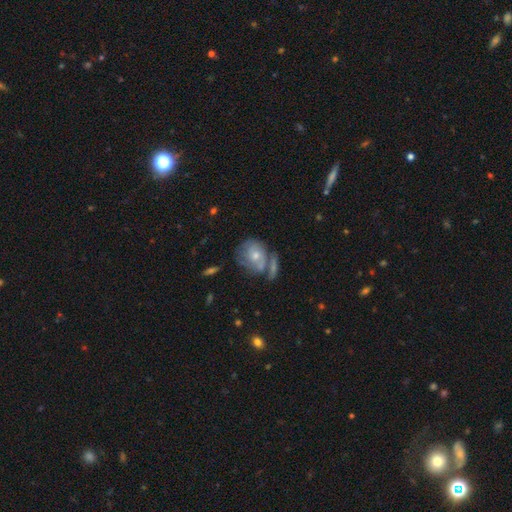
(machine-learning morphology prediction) Q: Smooth or featured?
A: featured or disk (56%); runner-up: smooth (33%)
Q: Edge-on disk?
A: no (94%); runner-up: yes (6%)
Q: Bar?
A: no (79%); runner-up: weak (17%)
Q: Spiral arms?
A: yes (68%); runner-up: no (32%)
Q: Bulge size?
A: moderate (48%); runner-up: small (46%)
Q: Merging?
A: none (50%); runner-up: merger (24%)